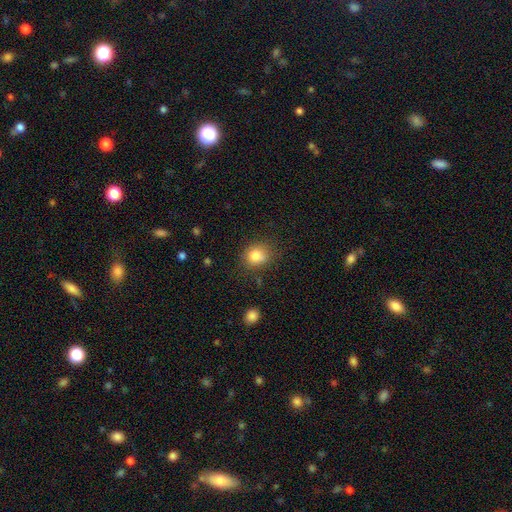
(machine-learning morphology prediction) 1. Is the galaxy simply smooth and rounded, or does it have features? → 82% smooth, 11% star or artifact, 7% featured or disk.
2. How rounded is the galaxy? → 66% round, 33% in between, 1% cigar-shaped.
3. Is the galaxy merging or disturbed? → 74% none, 17% minor disturbance, 5% major disturbance, 4% merger.